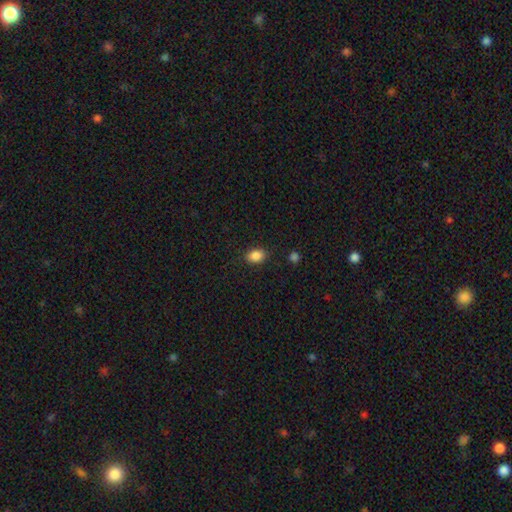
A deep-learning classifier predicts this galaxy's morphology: This appears to be a smooth galaxy with no disk features (87%) that is in between round and cigar-shaped (77%). Merging: none (85%).